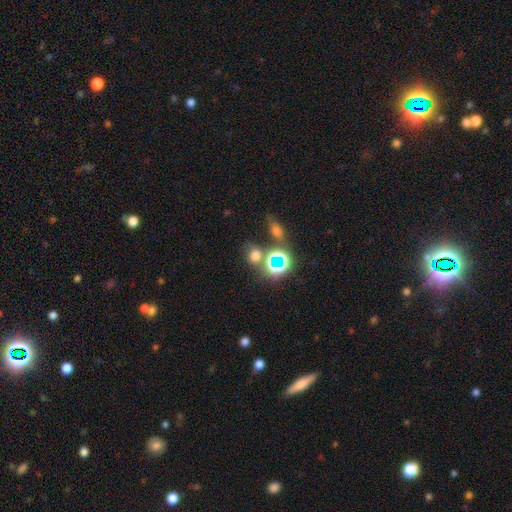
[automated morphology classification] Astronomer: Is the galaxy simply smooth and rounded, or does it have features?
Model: smooth — 59%.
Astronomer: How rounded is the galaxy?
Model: round — 63%.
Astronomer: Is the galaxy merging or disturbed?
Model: none — 65%.